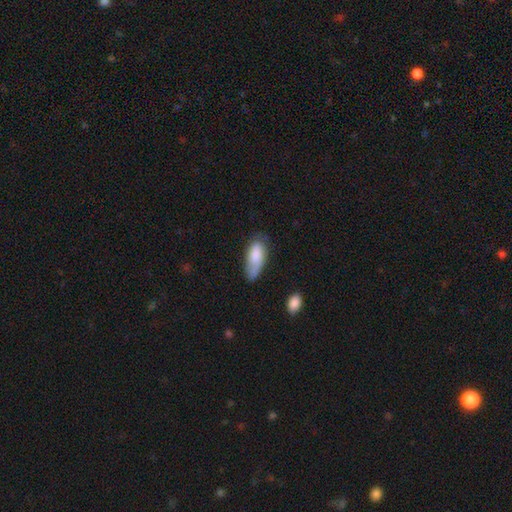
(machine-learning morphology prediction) Q: Smooth or featured?
A: smooth (77%); runner-up: featured or disk (17%)
Q: How rounded?
A: in between (84%); runner-up: cigar-shaped (14%)
Q: Merging?
A: none (48%); runner-up: minor disturbance (35%)